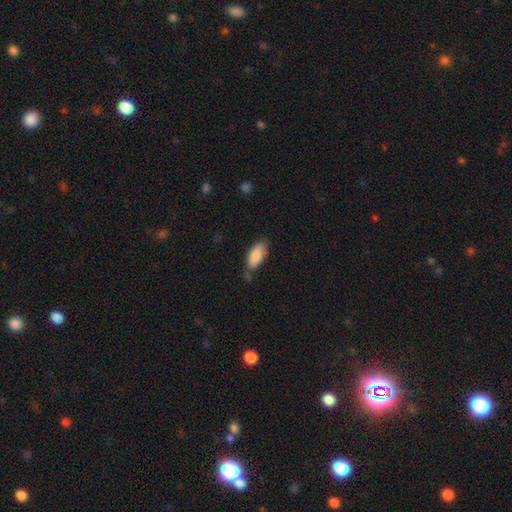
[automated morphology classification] type=smooth (86%); roundness=in between (85%); merging=none (60%).